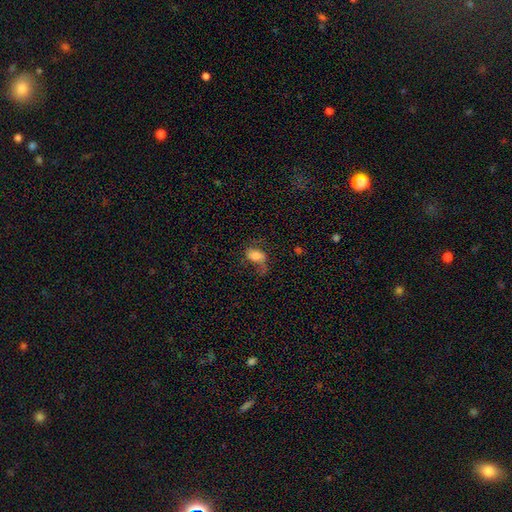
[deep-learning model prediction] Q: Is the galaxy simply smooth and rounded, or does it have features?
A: smooth — 50%.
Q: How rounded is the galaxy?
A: in between — 85%.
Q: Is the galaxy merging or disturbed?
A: none — 40%.